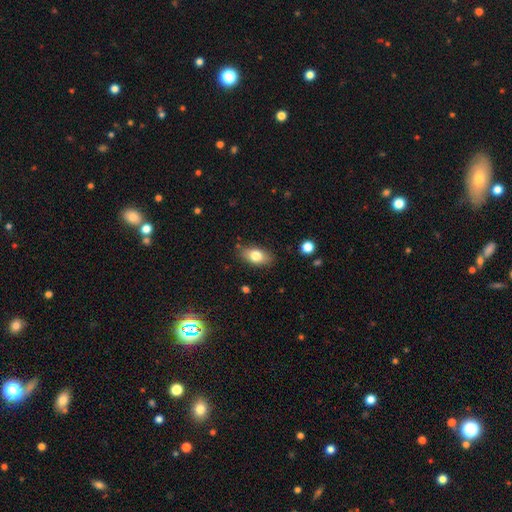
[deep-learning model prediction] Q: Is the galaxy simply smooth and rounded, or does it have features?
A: smooth — 78%.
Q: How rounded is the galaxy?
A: in between — 88%.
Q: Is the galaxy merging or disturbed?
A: none — 83%.